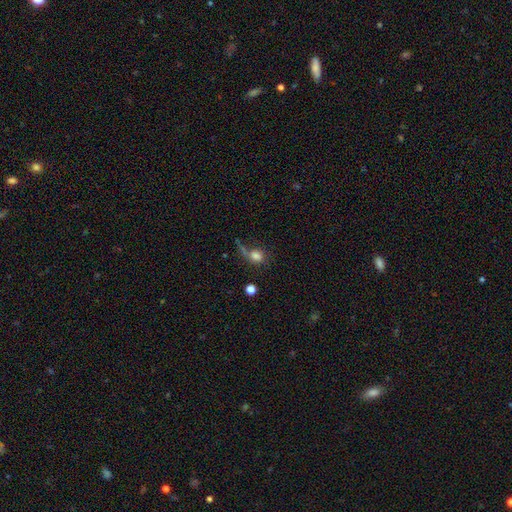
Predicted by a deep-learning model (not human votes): Smooth or featured? smooth (73%)
How rounded? round (63%)
Merging? none (38%)